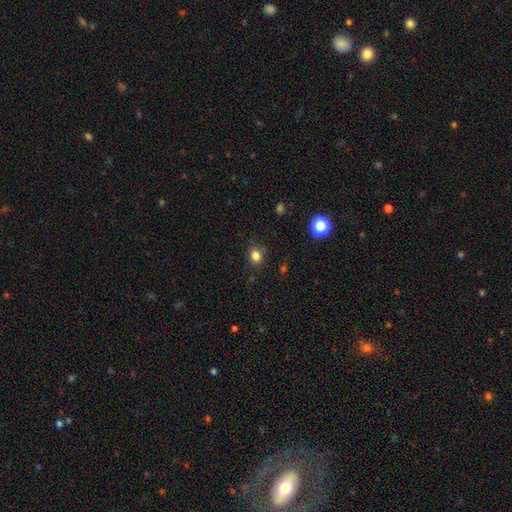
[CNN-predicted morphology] This is clearly a smooth galaxy (82%). How rounded: likely round (62%). Merging: clearly none (80%).